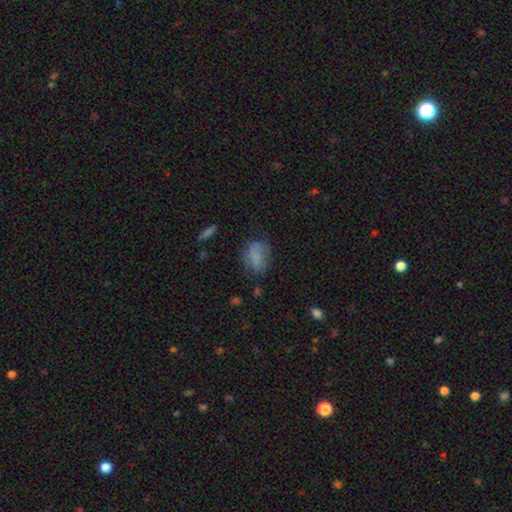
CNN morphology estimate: The model was most divided on "merging": none: 59%, minor disturbance: 26%, major disturbance: 12%, merger: 3%. More confident: how rounded — in between (76%); smooth or featured — smooth (74%).